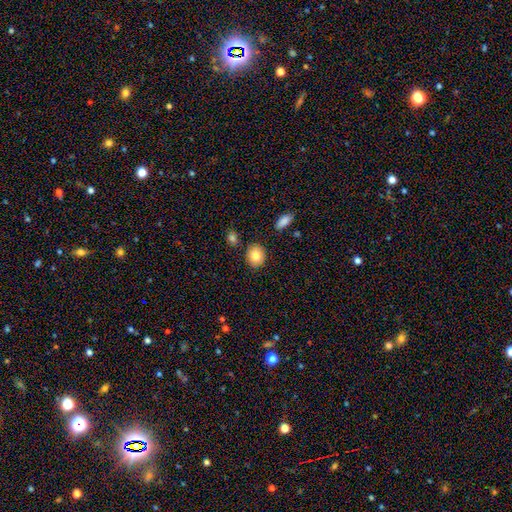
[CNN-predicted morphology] Smooth or featured? smooth (82%)
How rounded? round (56%)
Merging? none (84%)